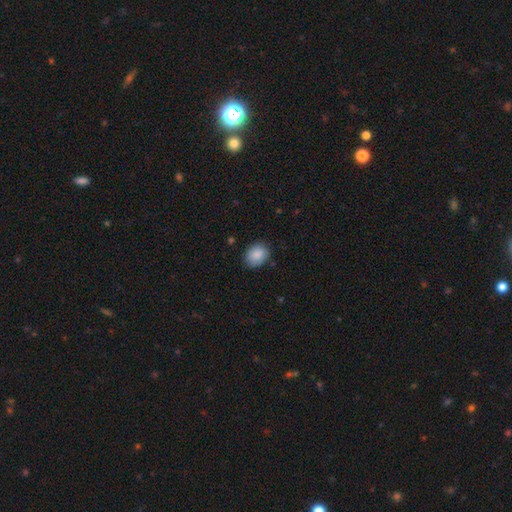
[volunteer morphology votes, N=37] type=smooth (89%); roundness=in between (61%); merging=none (83%).